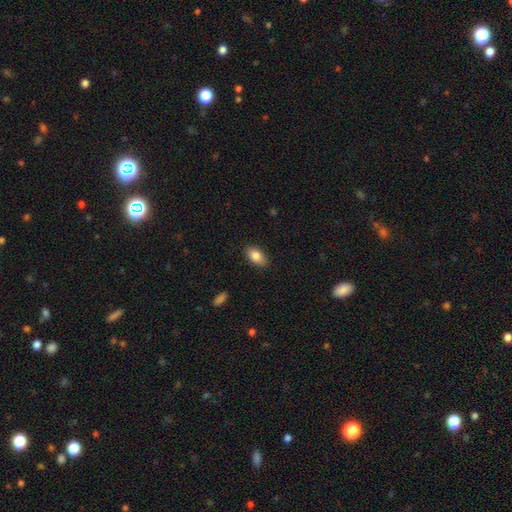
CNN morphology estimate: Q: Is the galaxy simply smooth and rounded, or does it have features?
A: smooth — 85%.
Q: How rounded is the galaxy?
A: in between — 92%.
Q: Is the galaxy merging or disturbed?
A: none — 85%.